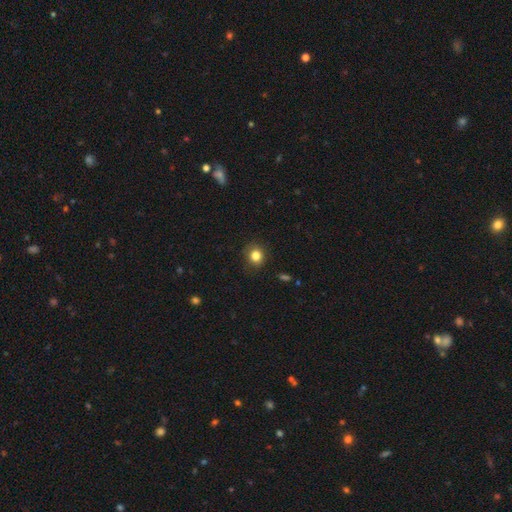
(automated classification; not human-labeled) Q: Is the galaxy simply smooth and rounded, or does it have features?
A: smooth — 83%.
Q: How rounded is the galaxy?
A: round — 76%.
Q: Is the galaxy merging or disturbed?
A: none — 84%.